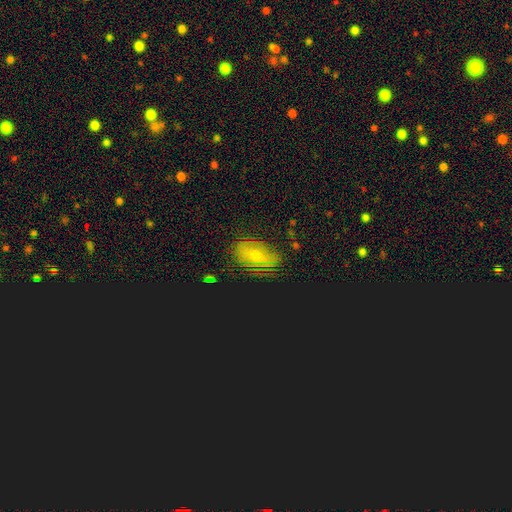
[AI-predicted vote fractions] Overall: smooth (43%; featured or disk 29%). Merging: none (73%).